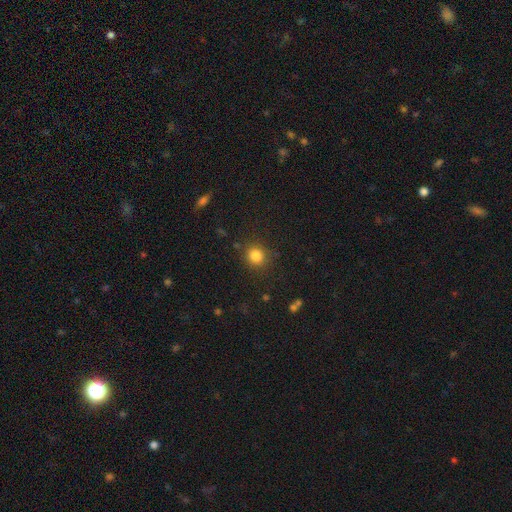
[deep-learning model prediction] Morphology: type=smooth (82%); roundness=round (90%); merging=none (87%).